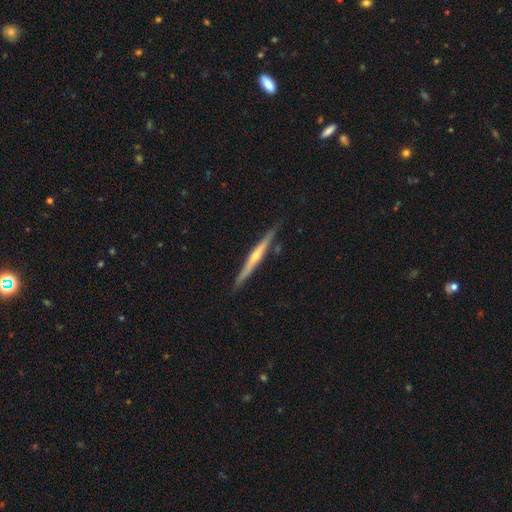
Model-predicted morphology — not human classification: Smooth or featured? featured or disk (78%)
Edge-on disk? yes (98%)
Edge-on bulge? rounded (80%)
Merging? none (88%)